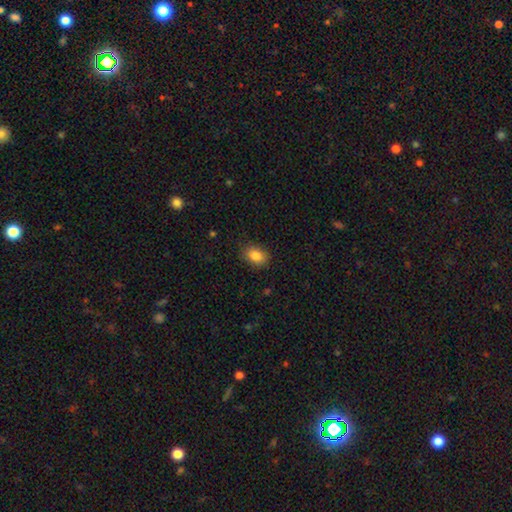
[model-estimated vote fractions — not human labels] Overall: smooth (86%). How rounded: in between (76%). Merging: none (83%).